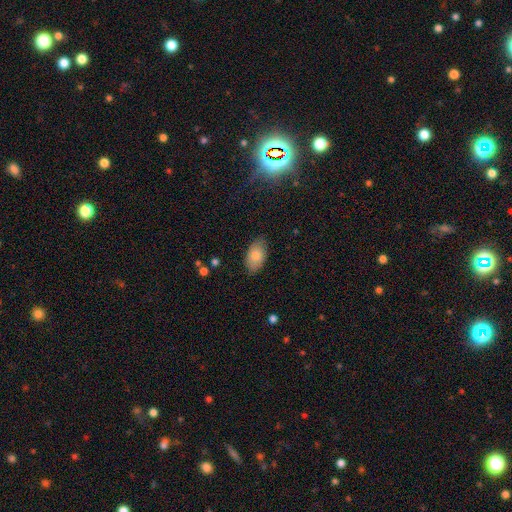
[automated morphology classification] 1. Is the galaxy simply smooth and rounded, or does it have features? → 82% smooth, 11% featured or disk, 7% star or artifact.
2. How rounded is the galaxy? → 93% in between, 5% round, 2% cigar-shaped.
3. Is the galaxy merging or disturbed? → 81% none, 15% minor disturbance, 3% major disturbance, 1% merger.